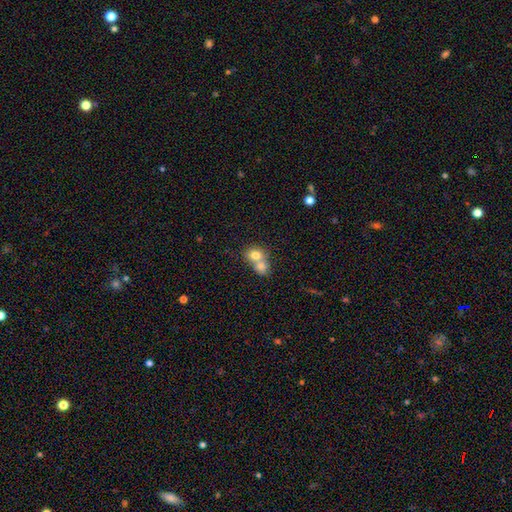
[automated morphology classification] The model was most divided on "how rounded": round: 63%, in between: 36%, cigar-shaped: 1%. More confident: smooth or featured — smooth (75%); merging — merger (70%).